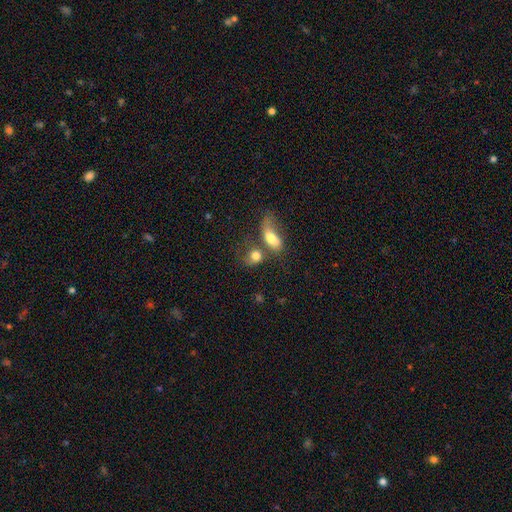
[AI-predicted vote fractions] smooth_or_featured: smooth (p=0.74) [alt: featured or disk p=0.16]
how_rounded: in between (p=0.60) [alt: round p=0.36]
merging: merger (p=0.53) [alt: none p=0.23]